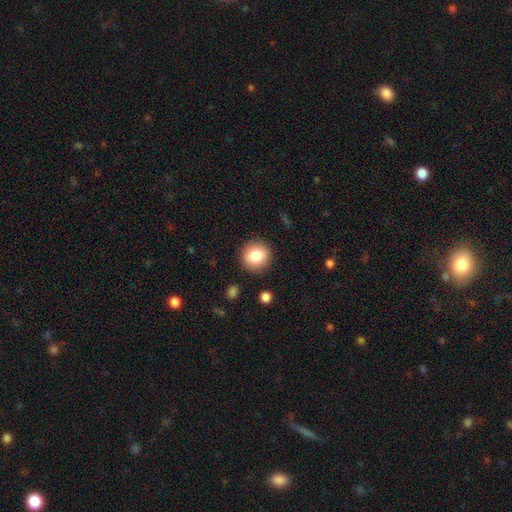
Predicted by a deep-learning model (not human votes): Overall: smooth (83%). How rounded: round (93%). Merging: none (90%).